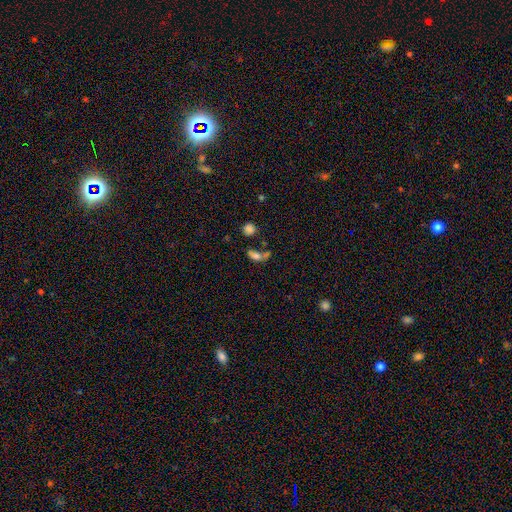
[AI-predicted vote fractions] smooth_or_featured: smooth (p=0.68) [alt: featured or disk p=0.17]
how_rounded: in between (p=0.74) [alt: round p=0.13]
merging: merger (p=0.35) [tied with: none p=0.35]